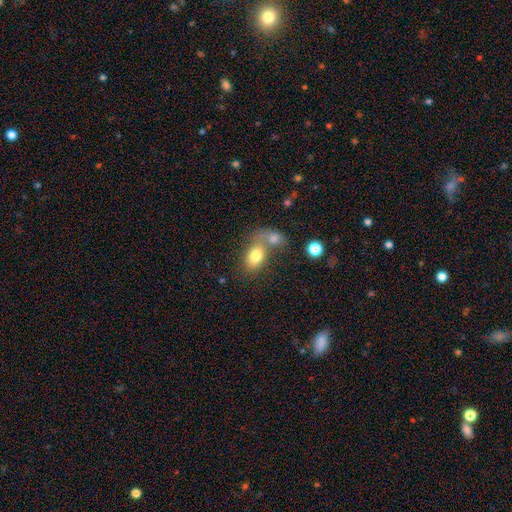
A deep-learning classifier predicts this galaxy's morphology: Smooth or featured? smooth (77%)
How rounded? in between (81%)
Merging? merger (51%)